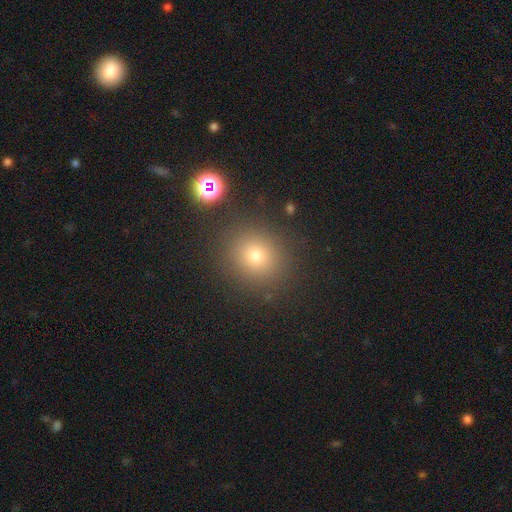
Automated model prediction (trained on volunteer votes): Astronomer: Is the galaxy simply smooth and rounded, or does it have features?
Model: smooth — 66%.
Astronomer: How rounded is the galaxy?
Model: round — 89%.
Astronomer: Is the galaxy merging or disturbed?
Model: none — 89%.